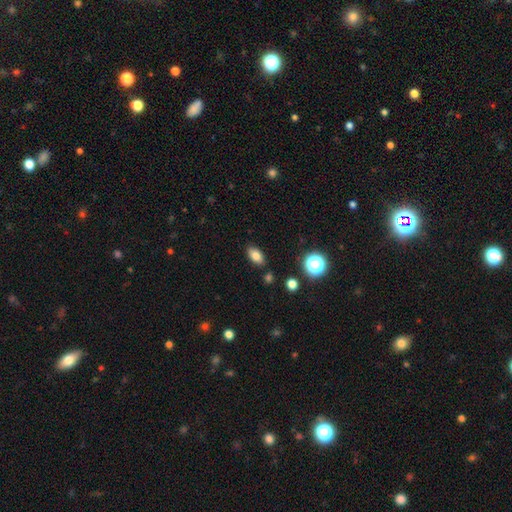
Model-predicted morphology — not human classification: A smooth galaxy with no disk features (79%) that is in between round and cigar-shaped (88%). Merging: none (85%).